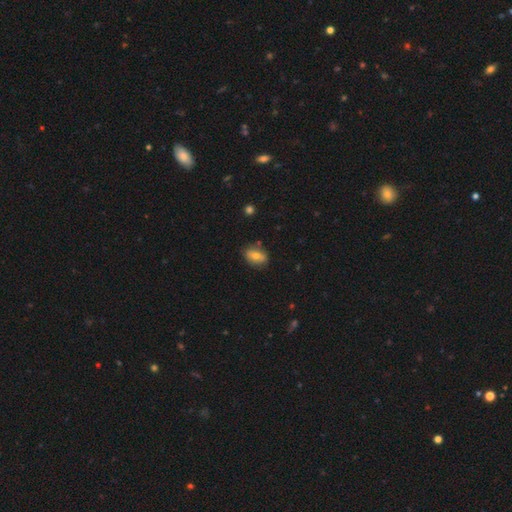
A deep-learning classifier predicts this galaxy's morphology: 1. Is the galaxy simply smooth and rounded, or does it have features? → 65% smooth, 27% featured or disk, 8% star or artifact.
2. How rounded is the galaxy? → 78% in between, 18% round, 4% cigar-shaped.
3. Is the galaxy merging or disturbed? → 78% none, 15% minor disturbance, 4% merger, 3% major disturbance.